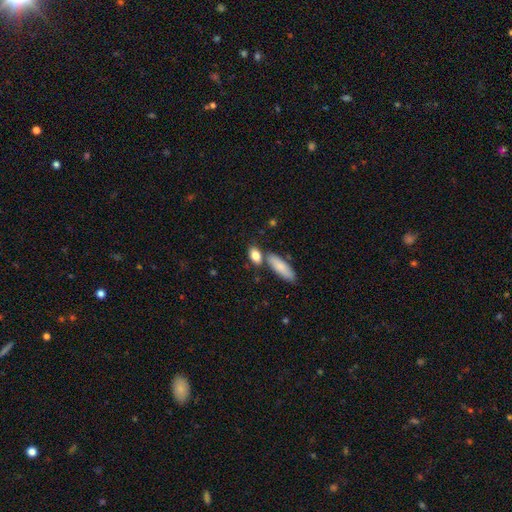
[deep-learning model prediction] Smooth or featured? smooth (83%)
How rounded? in between (77%)
Merging? none (63%)